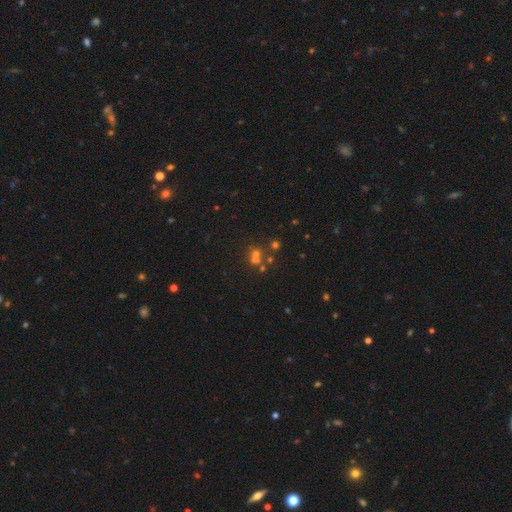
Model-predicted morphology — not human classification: A smooth galaxy with no disk features (45%).

Vote fractions:
- Smooth or featured? smooth: 45% / star or artifact: 38% / featured or disk: 17%
- Merging? none: 51% / merger: 36% / minor disturbance: 8% / major disturbance: 5%